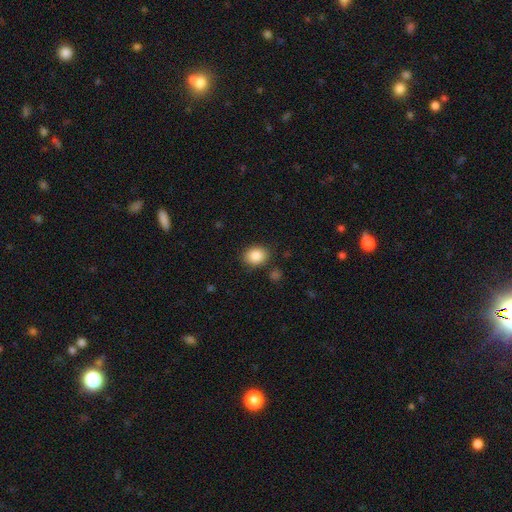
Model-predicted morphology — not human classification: The model was most divided on "how rounded": round: 57%, in between: 42%, cigar-shaped: 1%. More confident: smooth or featured — smooth (87%); merging — none (84%).